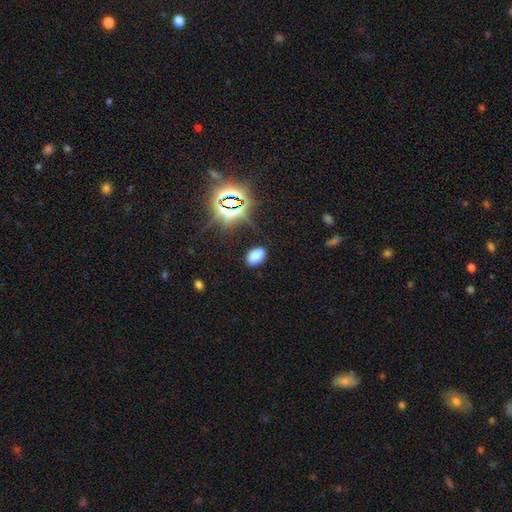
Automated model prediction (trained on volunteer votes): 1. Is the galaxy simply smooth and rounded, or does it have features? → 73% smooth, 21% star or artifact, 7% featured or disk.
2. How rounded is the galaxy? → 91% in between, 7% round, 1% cigar-shaped.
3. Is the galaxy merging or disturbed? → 83% none, 12% minor disturbance, 4% major disturbance, 2% merger.